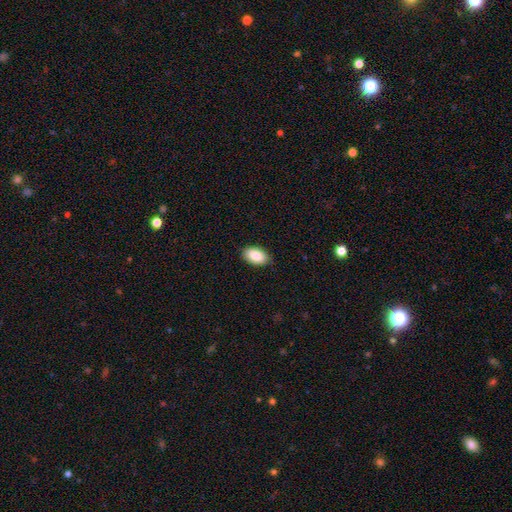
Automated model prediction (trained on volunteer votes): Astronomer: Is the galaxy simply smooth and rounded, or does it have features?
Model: smooth — 87%.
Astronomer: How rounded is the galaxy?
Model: in between — 93%.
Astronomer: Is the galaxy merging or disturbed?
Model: none — 87%.